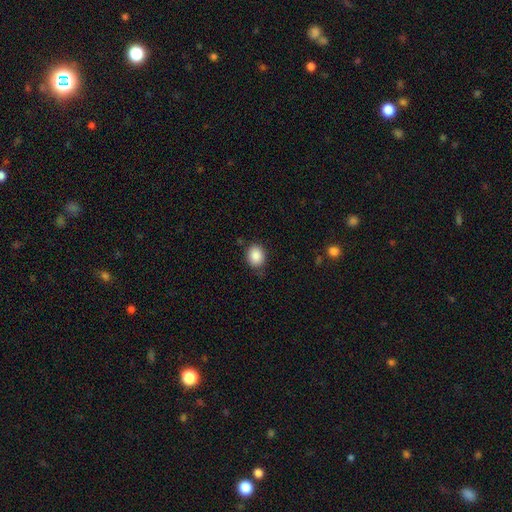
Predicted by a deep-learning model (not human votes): This appears to be a smooth galaxy with no disk features (88%) that is round (55%). Merging: none (78%).